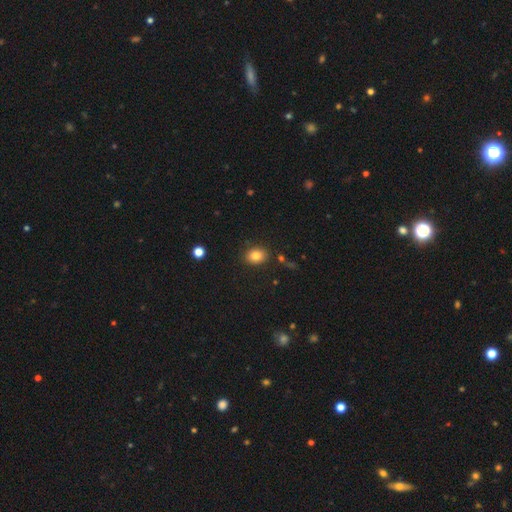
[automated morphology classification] A smooth galaxy with no disk features (83%) that is in between round and cigar-shaped (56%). Merging: none (85%).